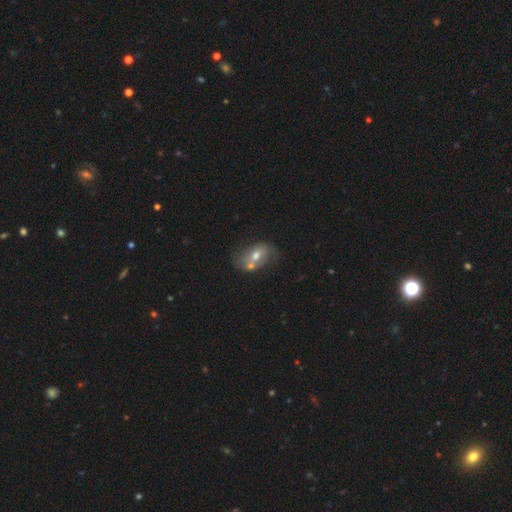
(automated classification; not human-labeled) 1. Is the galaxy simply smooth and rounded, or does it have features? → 47% featured or disk, 43% smooth, 10% star or artifact.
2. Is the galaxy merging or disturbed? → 44% none, 33% merger, 16% minor disturbance, 7% major disturbance.